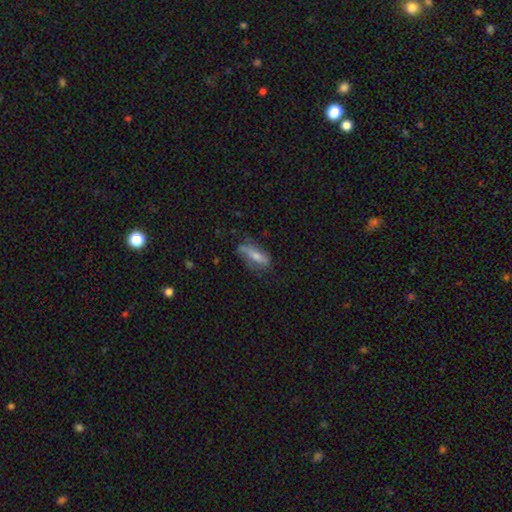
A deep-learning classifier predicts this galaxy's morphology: type=smooth (63%); roundness=in between (57%); merging=none (55%).